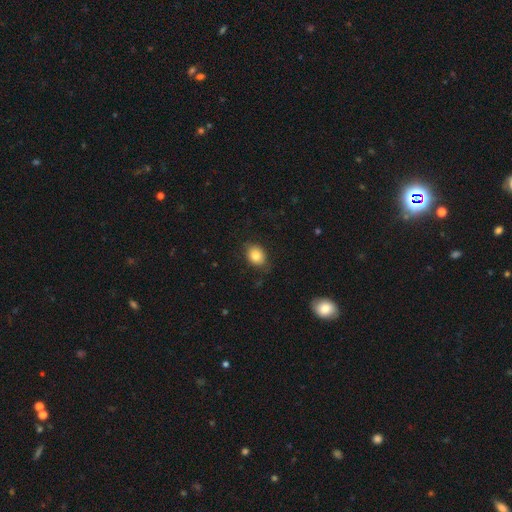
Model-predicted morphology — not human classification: Smooth or featured? smooth (82%)
How rounded? in between (59%)
Merging? none (78%)